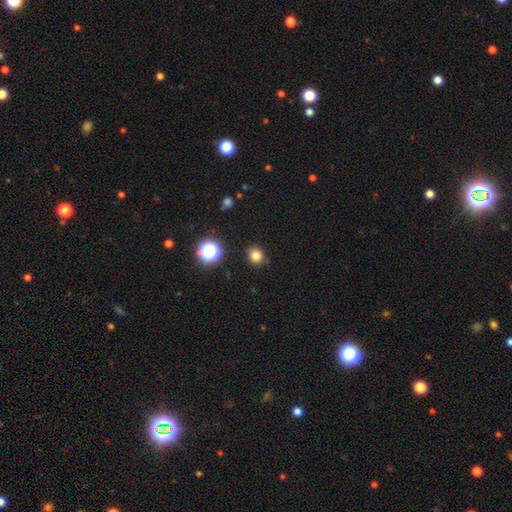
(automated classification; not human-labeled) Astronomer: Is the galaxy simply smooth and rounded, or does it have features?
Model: smooth — 80%.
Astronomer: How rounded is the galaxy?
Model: round — 75%.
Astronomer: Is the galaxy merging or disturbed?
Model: none — 87%.